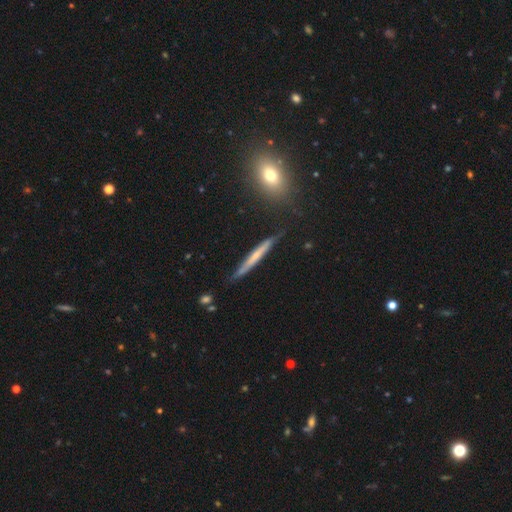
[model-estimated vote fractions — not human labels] Smooth or featured? featured or disk (53%)
Edge-on disk? yes (94%)
Merging? none (80%)